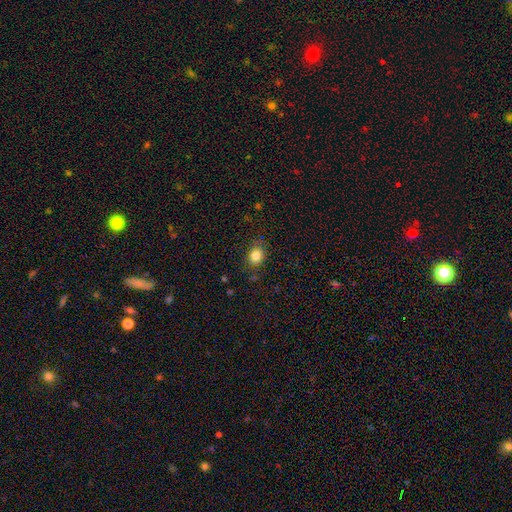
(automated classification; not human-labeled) The model was most divided on "how rounded": in between: 50%, round: 49%, cigar-shaped: 1%. More confident: smooth or featured — smooth (84%); merging — none (81%).